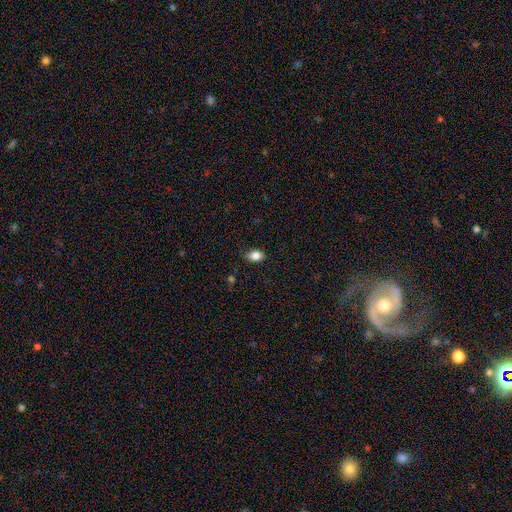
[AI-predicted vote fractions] Smooth or featured?
  - smooth: 85% *
  - star or artifact: 9%
  - featured or disk: 6%
How rounded?
  - in between: 80% *
  - round: 19%
  - cigar-shaped: 2%
Merging?
  - none: 80% *
  - minor disturbance: 16%
  - major disturbance: 3%
  - merger: 1%